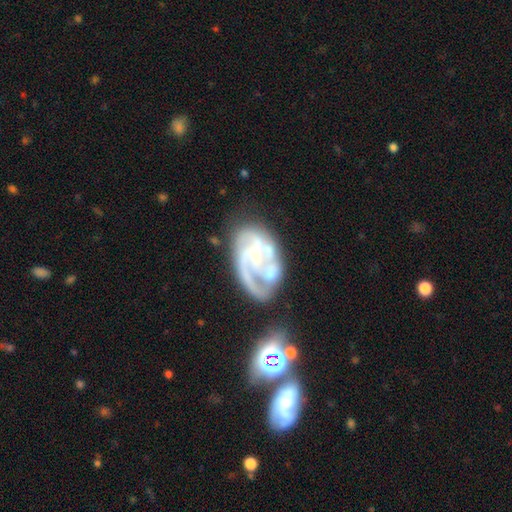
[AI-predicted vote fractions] Smooth or featured: featured or disk — 82% (smooth — 10%)
Edge-on disk: no — 97% (yes — 3%)
Bar: no — 55% (weak — 34%)
Spiral arms: yes — 86% (no — 14%)
Spiral winding: tight — 43% (medium — 41%)
Spiral arm count: 2 — 31% (can't tell — 29%)
Bulge size: small — 57% (moderate — 20%)
Merging: none — 47% (minor disturbance — 22%)